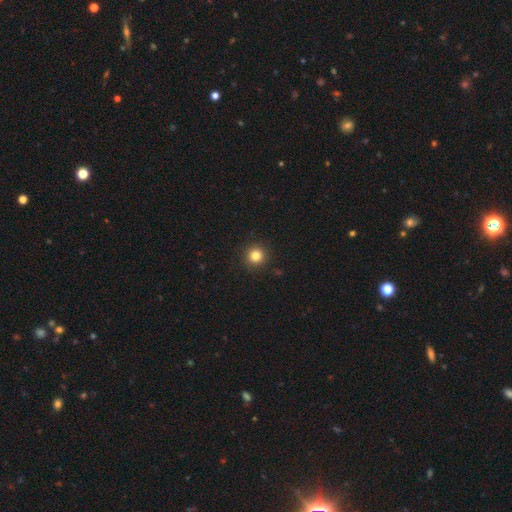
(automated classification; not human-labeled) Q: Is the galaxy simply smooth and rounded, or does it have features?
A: smooth — 82%.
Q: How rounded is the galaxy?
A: round — 95%.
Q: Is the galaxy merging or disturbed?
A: none — 93%.